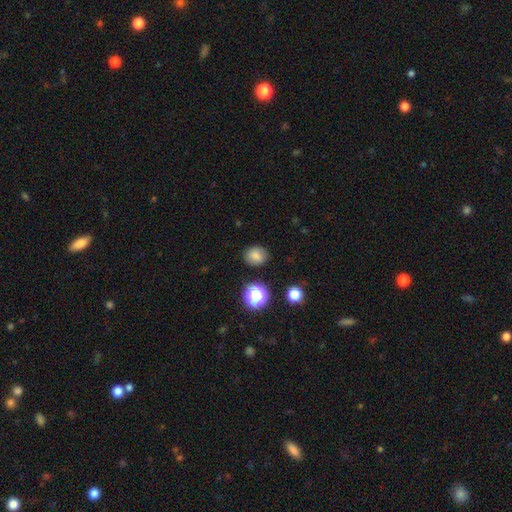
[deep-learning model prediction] Smooth or featured? Predicted: smooth (p=0.80). How rounded? Predicted: round (p=0.63). Merging? Predicted: none (p=0.86).